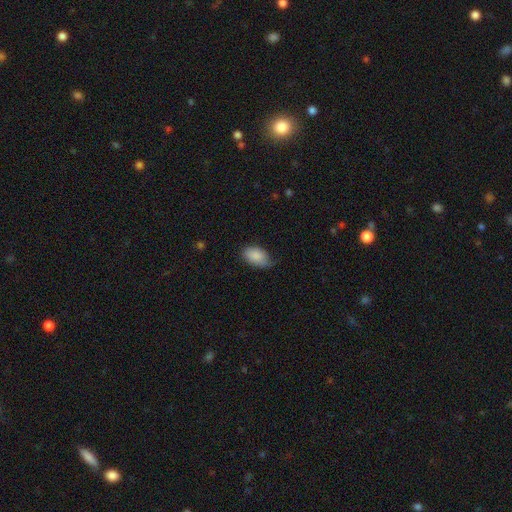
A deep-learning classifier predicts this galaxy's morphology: A smooth galaxy with no disk features (87%) that is in between round and cigar-shaped (92%).

Vote fractions:
- Smooth or featured? smooth: 87% / star or artifact: 7% / featured or disk: 7%
- How rounded? in between: 92% / round: 6% / cigar-shaped: 2%
- Merging? none: 62% / minor disturbance: 32% / major disturbance: 6% / merger: 1%